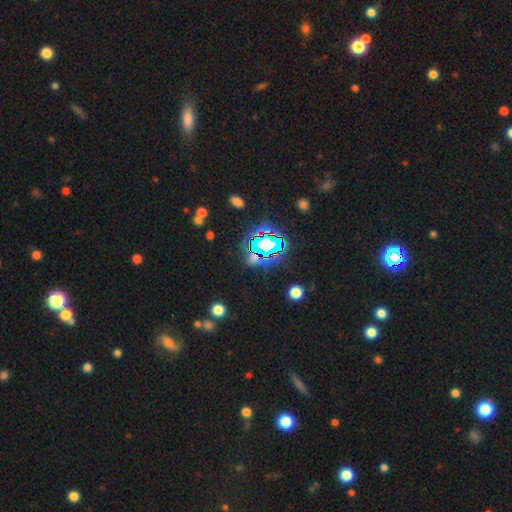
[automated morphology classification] star or artifact 67%, smooth 20%, featured or disk 12%.